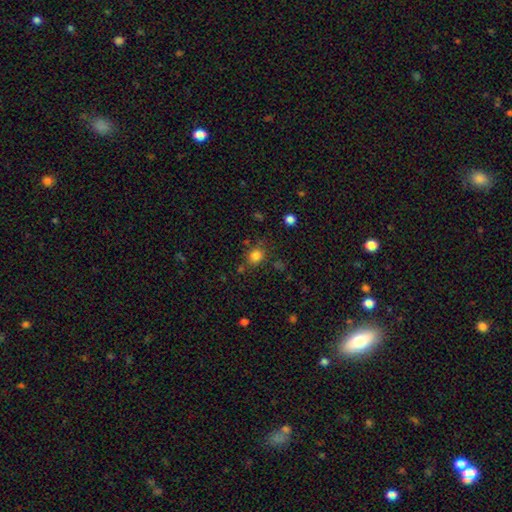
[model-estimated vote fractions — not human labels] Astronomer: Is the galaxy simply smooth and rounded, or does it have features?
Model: smooth — 81%.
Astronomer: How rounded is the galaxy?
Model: round — 76%.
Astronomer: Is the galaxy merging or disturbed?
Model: none — 74%.